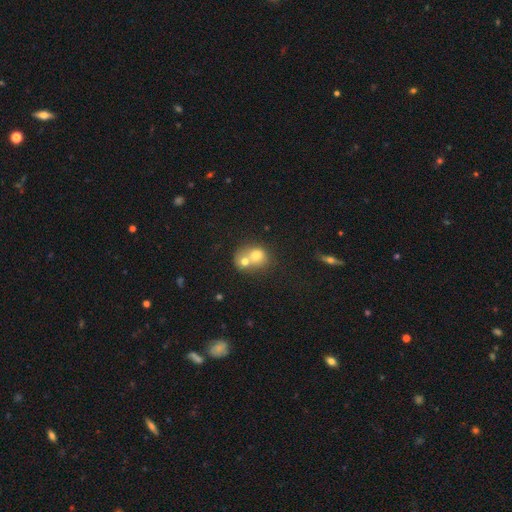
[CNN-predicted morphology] A smooth galaxy with no disk features (68%) that is round (69%).

Vote fractions:
- Smooth or featured? smooth: 68% / featured or disk: 22% / star or artifact: 10%
- How rounded? round: 69% / in between: 30% / cigar-shaped: 1%
- Merging? merger: 70% / none: 22% / minor disturbance: 6% / major disturbance: 3%